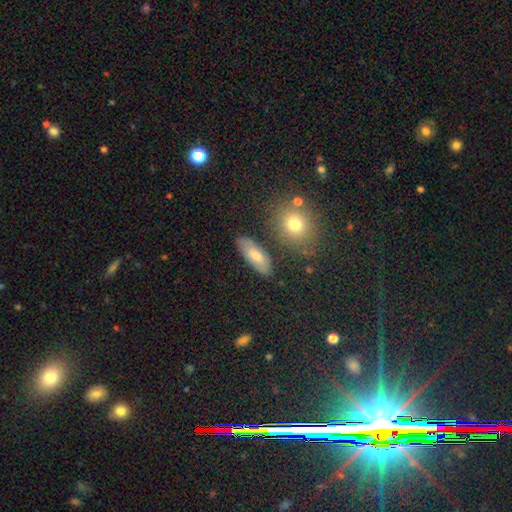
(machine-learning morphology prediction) This is likely a smooth galaxy (70%). How rounded: likely in between (76%). Merging: likely none (79%).